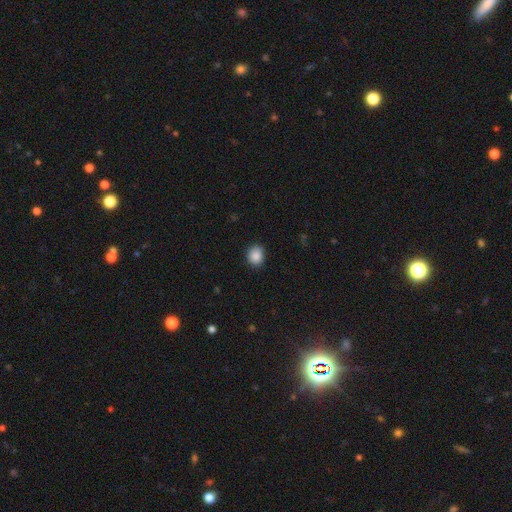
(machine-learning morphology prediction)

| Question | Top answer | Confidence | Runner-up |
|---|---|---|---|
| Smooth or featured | smooth | 88% | star or artifact (9%) |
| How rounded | round | 72% | in between (27%) |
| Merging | none | 86% | minor disturbance (11%) |